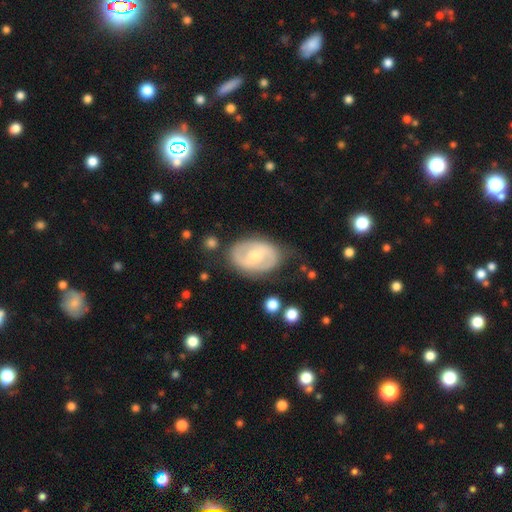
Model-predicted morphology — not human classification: smooth-or-featured: featured or disk: 63% | smooth: 32% | star or artifact: 5%
  disk-edge-on: no: 95% | yes: 5%
    bar: weak: 44% | no: 31% | strong: 25%
    has-spiral-arms: yes: 61% | no: 39%
    bulge-size: moderate: 54% | small: 38% | large: 5% | none: 3% | dominant: 1%
  merging: none: 74% | minor disturbance: 18% | major disturbance: 6% | merger: 2%